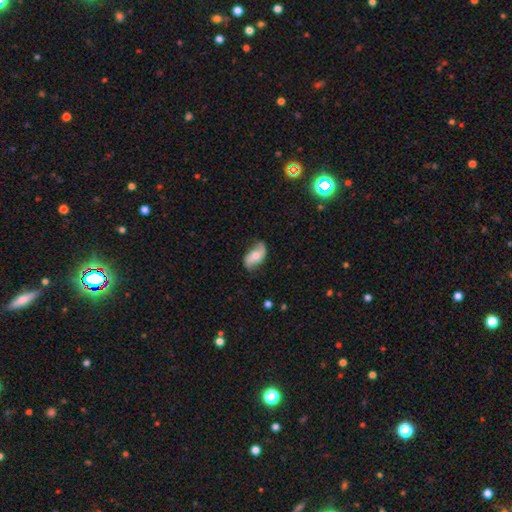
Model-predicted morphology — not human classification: Smooth or featured? Predicted: featured or disk (p=0.61). Edge-on disk? Predicted: no (p=0.95). Bar? Predicted: no (p=0.60). Spiral arms? Predicted: yes (p=0.90). Spiral winding? Predicted: loose (p=0.68). Spiral arm count? Predicted: 2 (p=0.89). Bulge size? Predicted: moderate (p=0.53). Merging? Predicted: none (p=0.70).